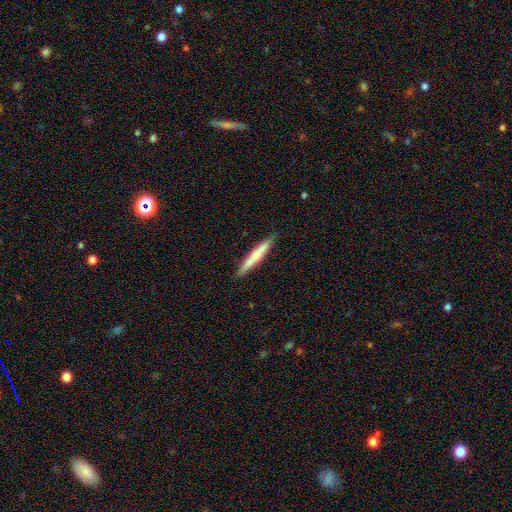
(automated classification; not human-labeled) A smooth galaxy with no disk features (60%) that is cigar-shaped (95%).

Vote fractions:
- Smooth or featured? smooth: 60% / featured or disk: 35% / star or artifact: 6%
- How rounded? cigar-shaped: 95% / in between: 4% / round: 1%
- Merging? none: 88% / minor disturbance: 9% / major disturbance: 2% / merger: 1%